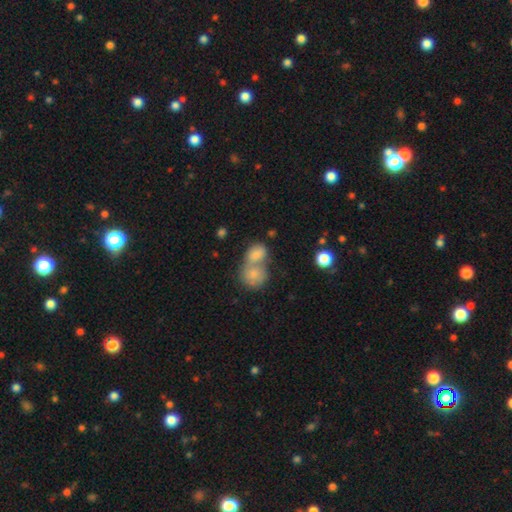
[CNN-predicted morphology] This is possibly a smooth galaxy (52%). How rounded: possibly round (59%). Merging: possibly merger (46%).